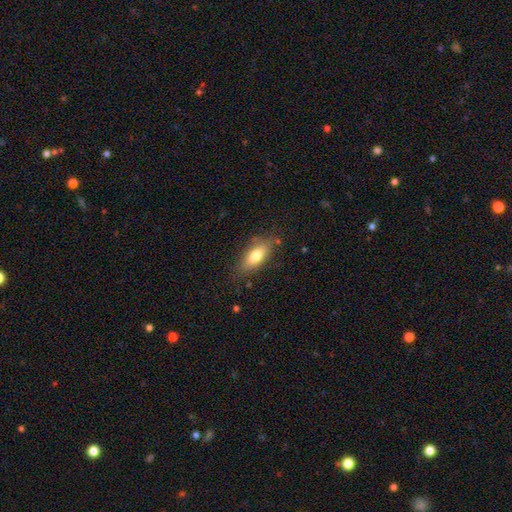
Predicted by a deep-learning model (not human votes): smooth-or-featured: smooth: 74% | featured or disk: 19% | star or artifact: 7%
  how-rounded: in between: 78% | cigar-shaped: 18% | round: 4%
  merging: none: 76% | minor disturbance: 17% | major disturbance: 4% | merger: 2%